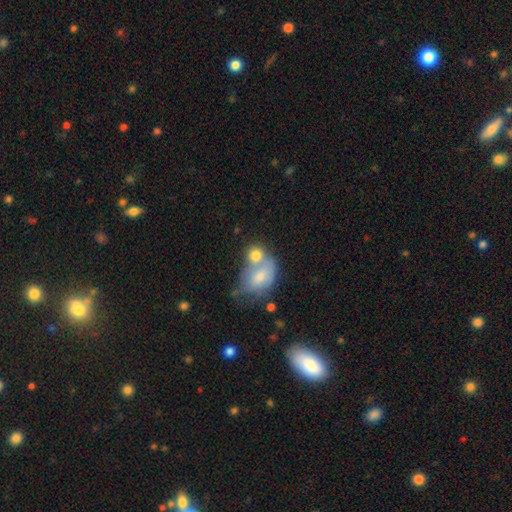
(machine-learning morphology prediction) Smooth or featured?
  - smooth: 73% *
  - featured or disk: 19%
  - star or artifact: 8%
How rounded?
  - round: 53% *
  - in between: 46%
  - cigar-shaped: 2%
Merging?
  - merger: 58% *
  - none: 24%
  - minor disturbance: 10%
  - major disturbance: 7%